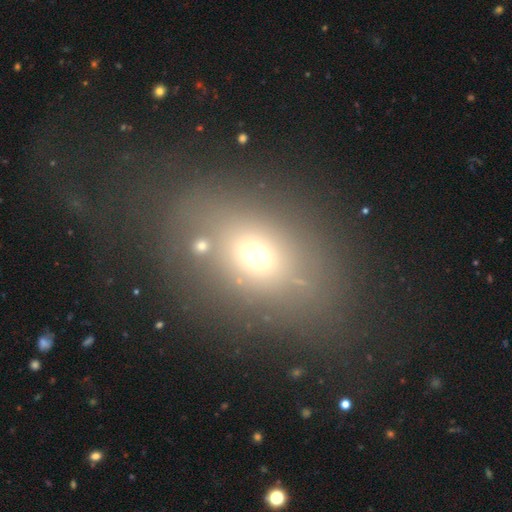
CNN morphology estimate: Smooth or featured? Predicted: smooth (p=0.60). How rounded? Predicted: in between (p=0.64). Merging? Predicted: none (p=0.64).